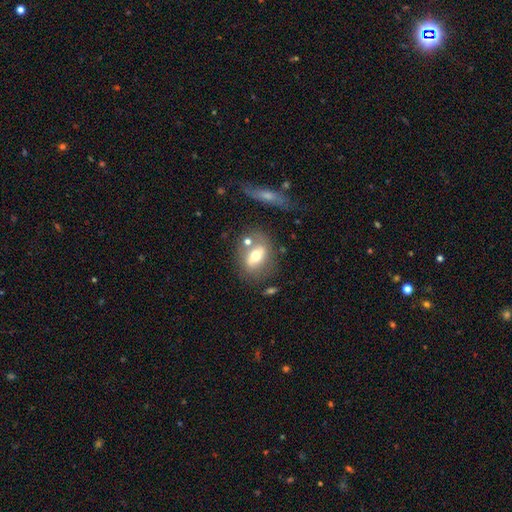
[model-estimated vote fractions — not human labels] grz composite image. It shows a smooth galaxy with no disk features (52%) that is in between round and cigar-shaped (67%). Merging: none (59%).